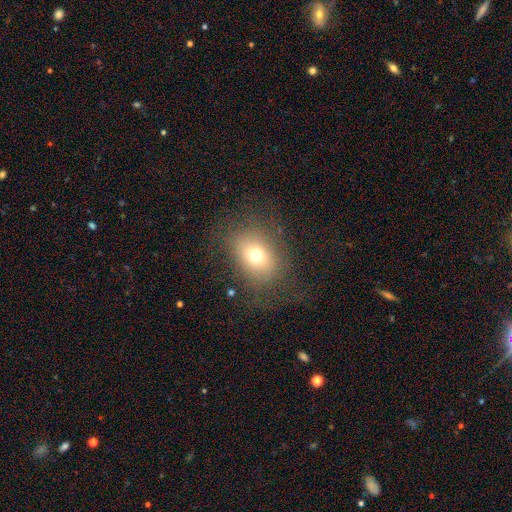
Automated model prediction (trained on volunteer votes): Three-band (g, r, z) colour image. It shows a smooth galaxy with no disk features (69%) that is in between round and cigar-shaped (54%). Merging: none (72%).